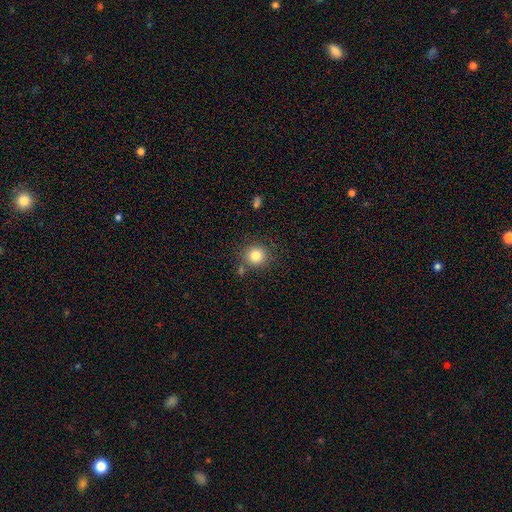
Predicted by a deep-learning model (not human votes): This is clearly a smooth galaxy (82%). How rounded: clearly round (90%). Merging: likely none (80%).